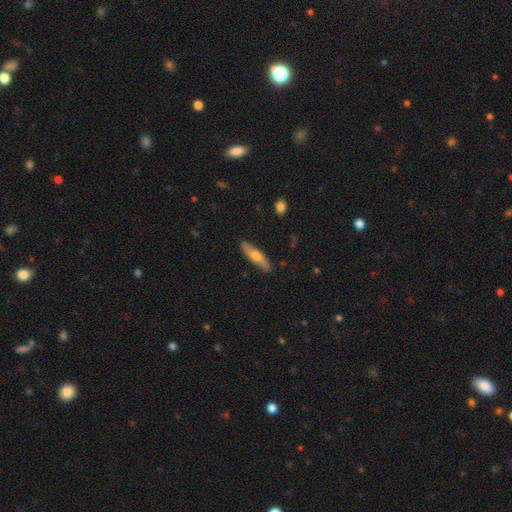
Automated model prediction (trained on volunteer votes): Q: Smooth or featured?
A: smooth (52%); runner-up: featured or disk (42%)
Q: How rounded?
A: cigar-shaped (76%); runner-up: in between (22%)
Q: Merging?
A: none (85%); runner-up: minor disturbance (12%)